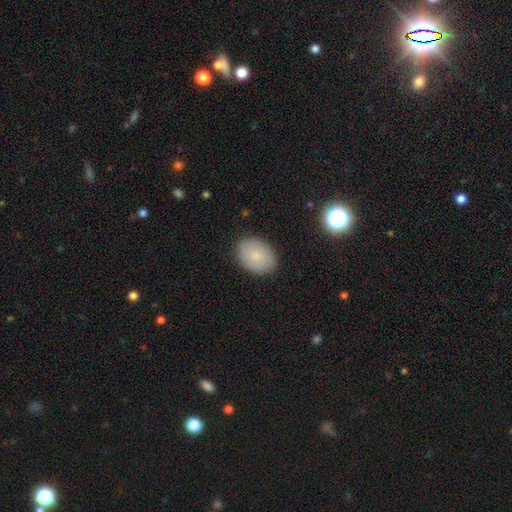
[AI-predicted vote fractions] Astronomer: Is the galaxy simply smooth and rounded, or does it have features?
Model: smooth — 80%.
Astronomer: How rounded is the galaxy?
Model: in between — 71%.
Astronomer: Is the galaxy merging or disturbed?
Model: none — 87%.